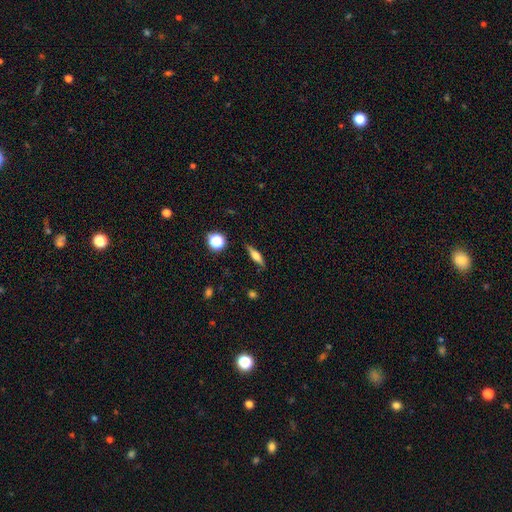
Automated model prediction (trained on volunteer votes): Morphology: type=smooth (49%); merging=none (85%).